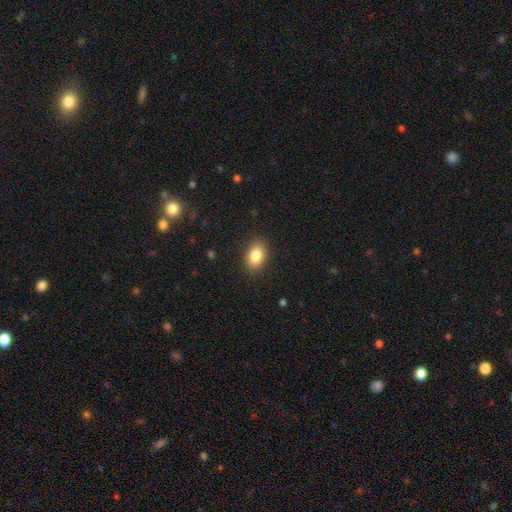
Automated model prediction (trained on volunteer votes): smooth_or_featured: smooth (p=0.85) [alt: star or artifact p=0.08]
how_rounded: in between (p=0.87) [alt: round p=0.12]
merging: none (p=0.88) [alt: minor disturbance p=0.09]